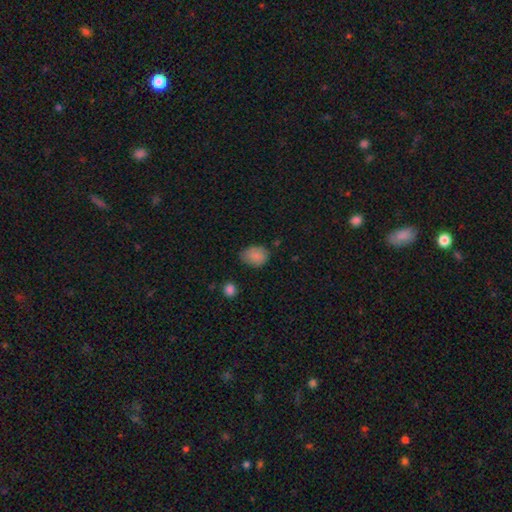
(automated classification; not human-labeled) Overall: smooth (86%). How rounded: in between (65%; round 34%). Merging: none (65%; minor disturbance 28%).